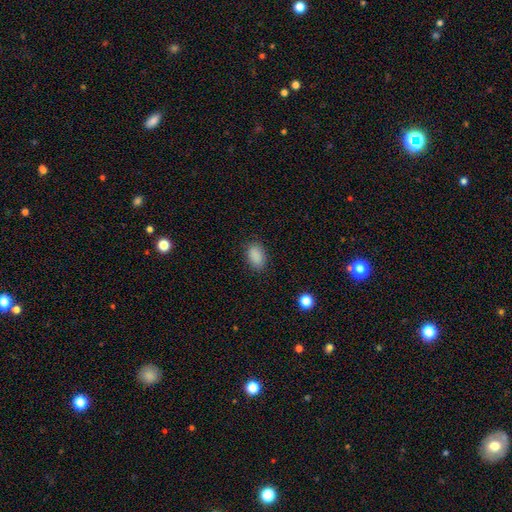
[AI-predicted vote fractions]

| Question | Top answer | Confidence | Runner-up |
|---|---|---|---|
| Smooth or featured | smooth | 88% | star or artifact (9%) |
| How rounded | in between | 89% | round (9%) |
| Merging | none | 85% | minor disturbance (11%) |